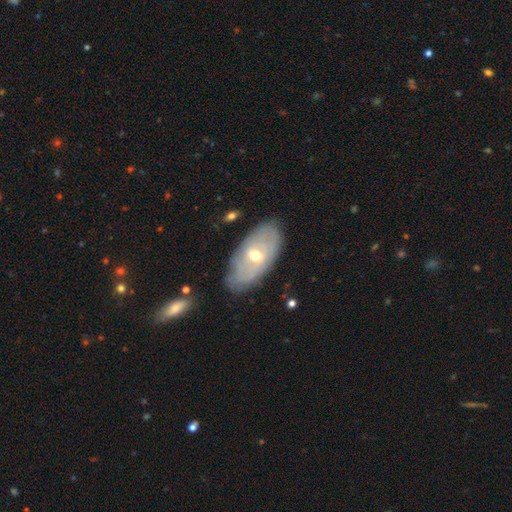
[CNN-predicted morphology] This appears to be a featured or disk galaxy (61%) with no bar (61%), spiral arms (53%) and a moderate central bulge (55%). Merging: none (79%).